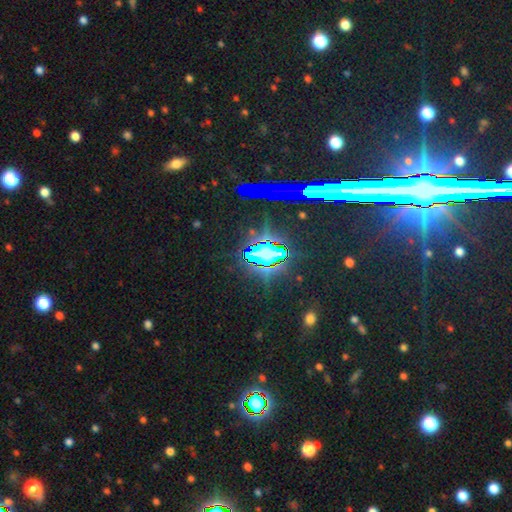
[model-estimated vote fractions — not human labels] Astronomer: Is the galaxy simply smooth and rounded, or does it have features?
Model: star or artifact — 74%.